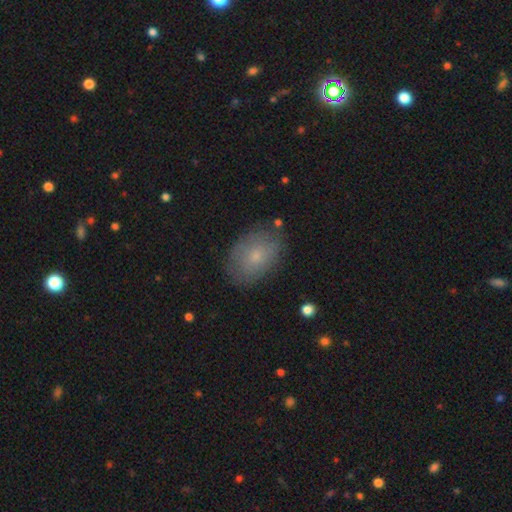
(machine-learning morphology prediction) Smooth or featured?
  - smooth: 71% *
  - featured or disk: 20%
  - star or artifact: 9%
How rounded?
  - in between: 83% *
  - round: 16%
  - cigar-shaped: 1%
Merging?
  - none: 79% *
  - minor disturbance: 16%
  - major disturbance: 4%
  - merger: 2%